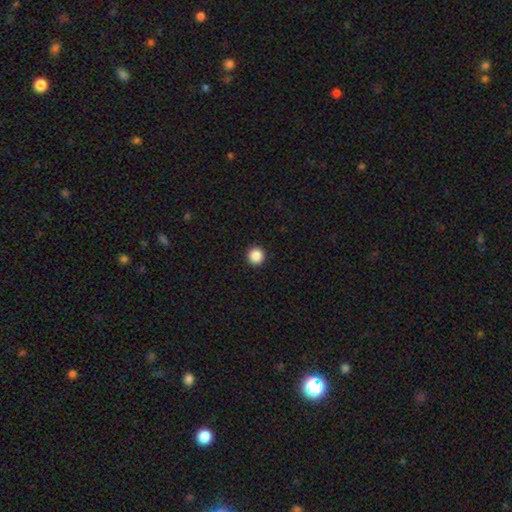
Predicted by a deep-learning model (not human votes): This is clearly a smooth galaxy (88%). How rounded: clearly round (96%). Merging: clearly none (94%).